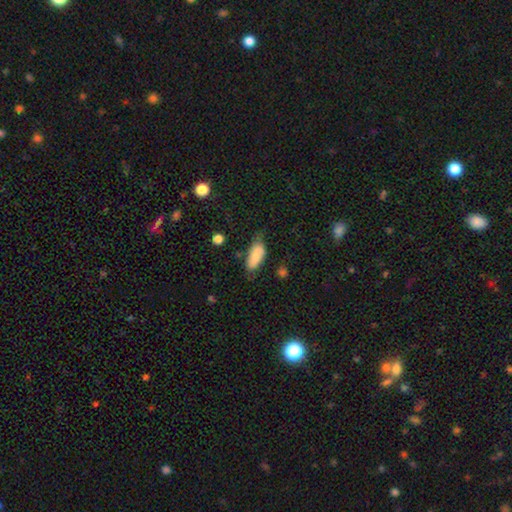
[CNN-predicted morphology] Smooth or featured?
  - smooth: 75% *
  - featured or disk: 18%
  - star or artifact: 7%
How rounded?
  - in between: 84% *
  - cigar-shaped: 13%
  - round: 3%
Merging?
  - none: 55% *
  - minor disturbance: 32%
  - major disturbance: 9%
  - merger: 4%